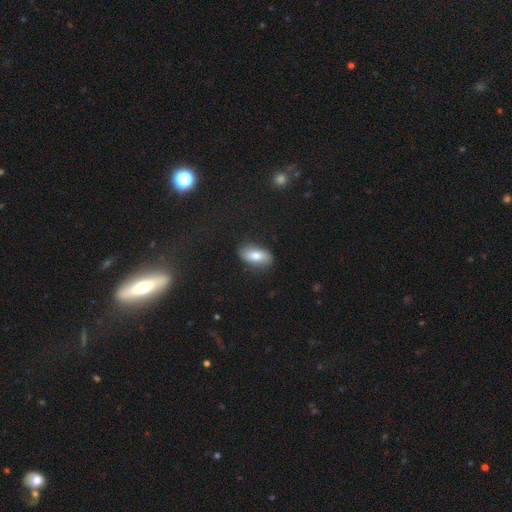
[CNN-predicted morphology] Overall: smooth (74%). How rounded: in between (90%). Merging: none (81%).